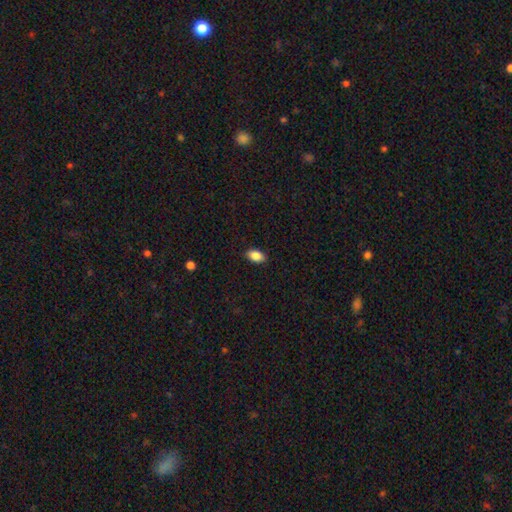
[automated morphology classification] Smooth or featured? Predicted: smooth (p=0.88). How rounded? Predicted: in between (p=0.91). Merging? Predicted: none (p=0.88).